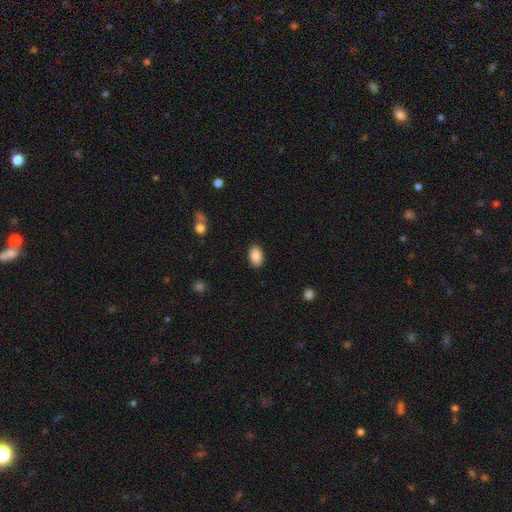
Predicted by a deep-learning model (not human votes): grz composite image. It shows a smooth galaxy with no disk features (89%) that is in between round and cigar-shaped (88%). Merging: none (88%).